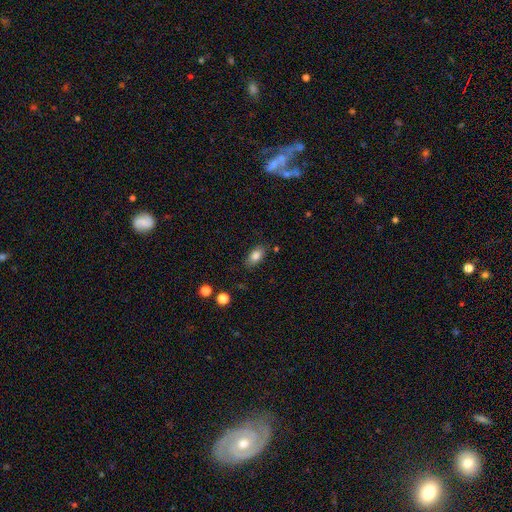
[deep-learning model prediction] Smooth or featured?
  - smooth: 84% *
  - star or artifact: 9%
  - featured or disk: 8%
How rounded?
  - in between: 89% *
  - round: 8%
  - cigar-shaped: 3%
Merging?
  - none: 81% *
  - minor disturbance: 13%
  - major disturbance: 3%
  - merger: 2%